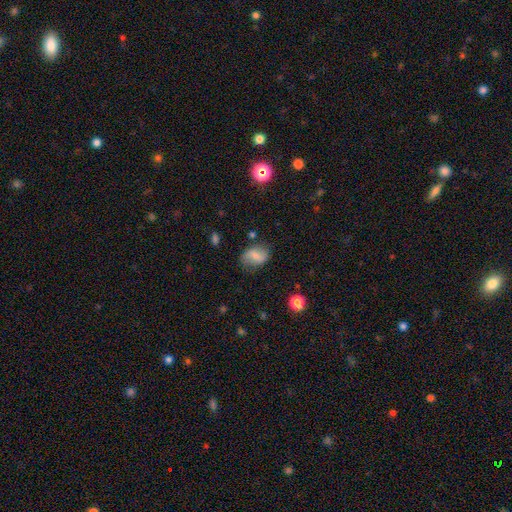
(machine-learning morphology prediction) Smooth or featured?
  - smooth: 59% *
  - featured or disk: 31%
  - star or artifact: 10%
How rounded?
  - in between: 73% *
  - round: 25%
  - cigar-shaped: 2%
Merging?
  - none: 67% *
  - minor disturbance: 23%
  - major disturbance: 8%
  - merger: 3%